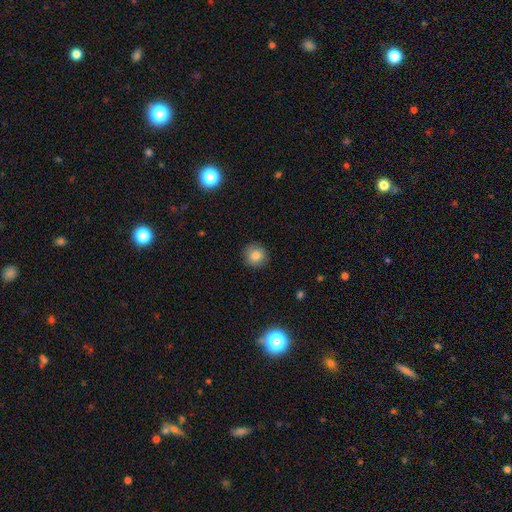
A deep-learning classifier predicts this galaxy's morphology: type=smooth (83%); roundness=round (91%); merging=none (88%).